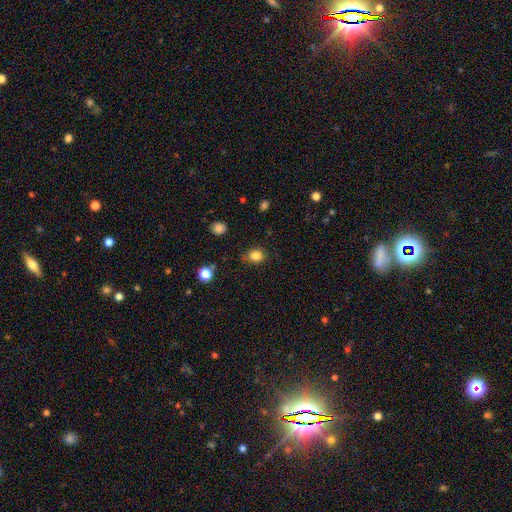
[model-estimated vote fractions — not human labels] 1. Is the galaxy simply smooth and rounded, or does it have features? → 84% smooth, 12% star or artifact, 4% featured or disk.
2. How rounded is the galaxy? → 53% round, 45% in between, 1% cigar-shaped.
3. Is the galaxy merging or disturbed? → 74% none, 19% minor disturbance, 5% major disturbance, 2% merger.